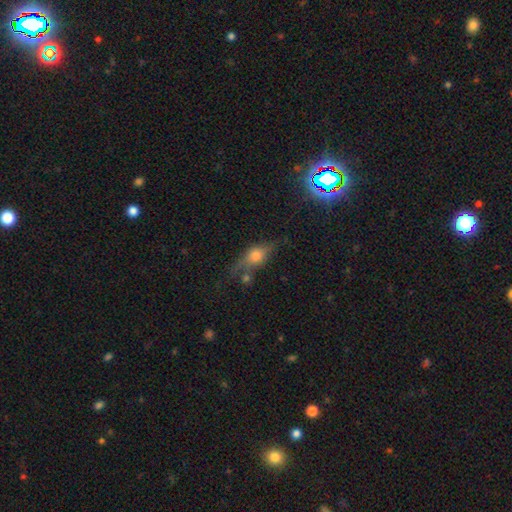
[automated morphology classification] Smooth or featured: featured or disk — 43% (smooth — 42%)
Merging: none — 58% (minor disturbance — 21%)